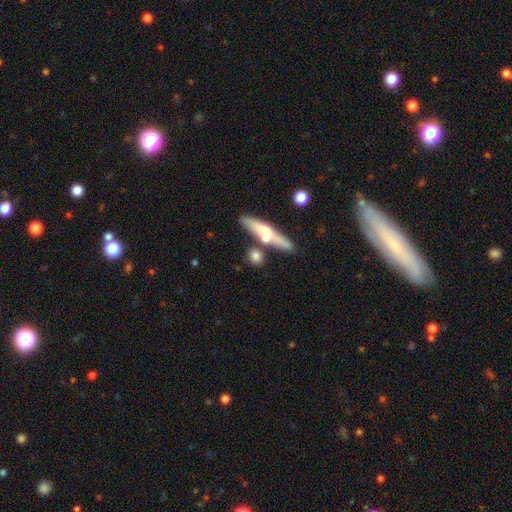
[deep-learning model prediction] Smooth or featured? Predicted: smooth (p=0.68). How rounded? Predicted: round (p=0.44). Merging? Predicted: none (p=0.62).